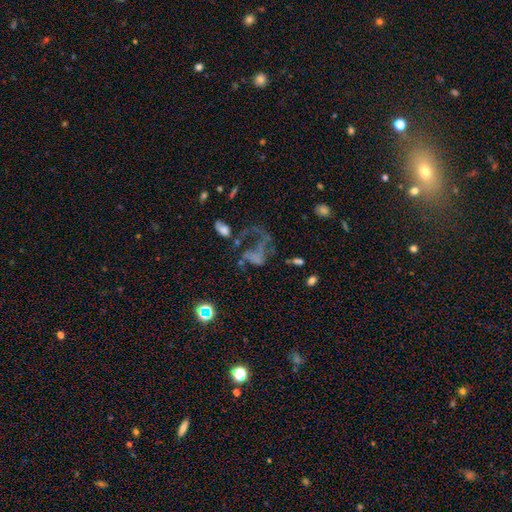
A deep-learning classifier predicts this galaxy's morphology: smooth-or-featured: featured or disk: 50% | smooth: 28% | star or artifact: 22%
  disk-edge-on: no: 97% | yes: 3%
  merging: major disturbance: 56% | none: 20% | merger: 13% | minor disturbance: 11%